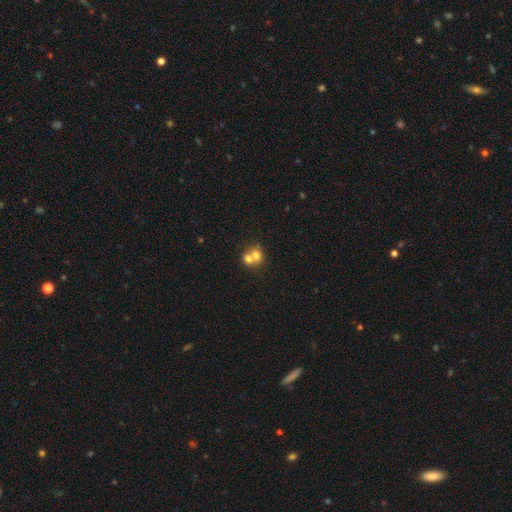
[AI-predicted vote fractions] This appears to be a smooth galaxy with no disk features (69%) that is round (69%). Merging: merger (68%).